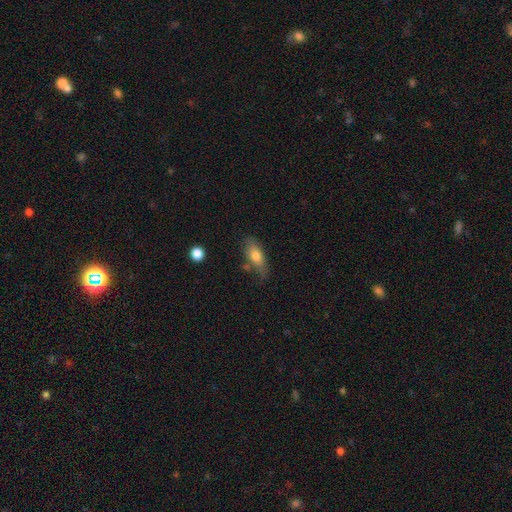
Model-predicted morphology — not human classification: Q: Smooth or featured?
A: smooth (72%); runner-up: featured or disk (21%)
Q: How rounded?
A: in between (76%); runner-up: cigar-shaped (20%)
Q: Merging?
A: none (61%); runner-up: minor disturbance (25%)